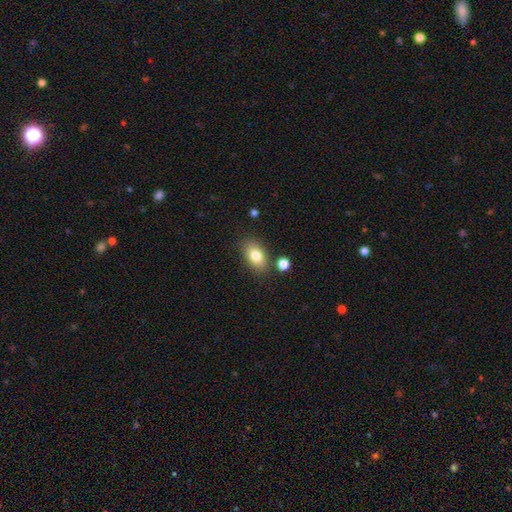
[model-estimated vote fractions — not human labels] This is clearly a smooth galaxy (80%). How rounded: clearly in between (87%). Merging: clearly none (80%).